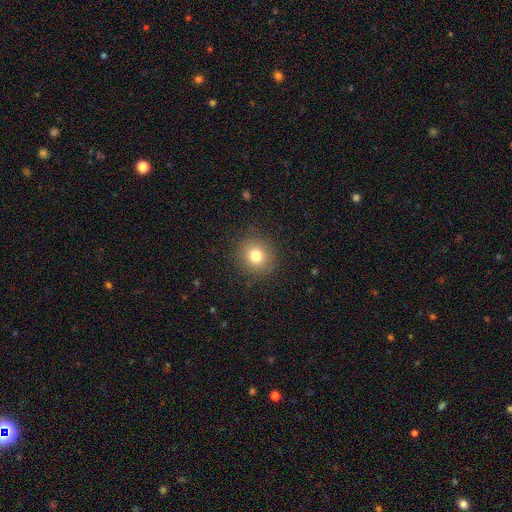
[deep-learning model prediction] smooth 78%, star or artifact 12%, featured or disk 9%. Down the decision tree: how rounded — round (86%); merging — none (89%).